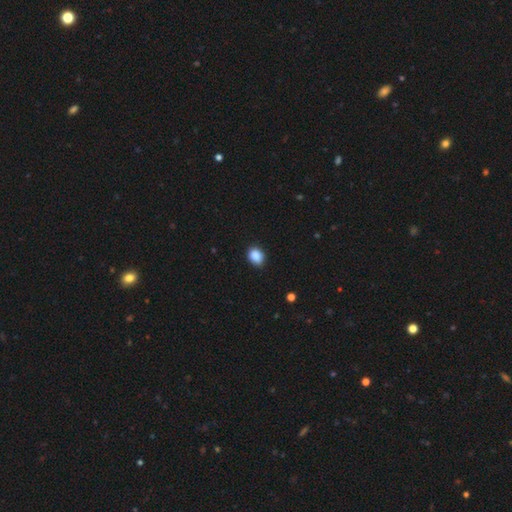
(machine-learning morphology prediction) A smooth galaxy with no disk features (89%) that is in between round and cigar-shaped (57%). Merging: none (85%).